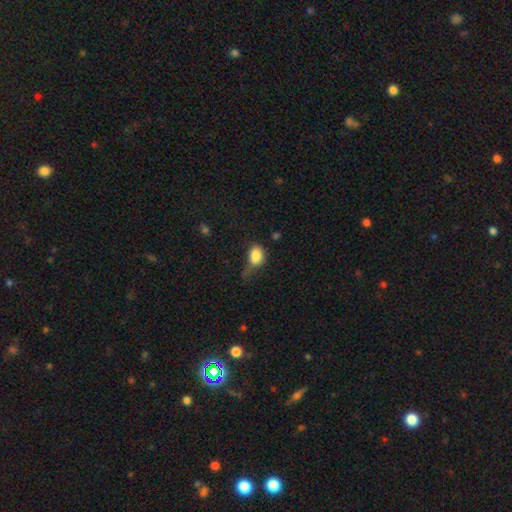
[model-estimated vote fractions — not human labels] Overall: smooth (82%). How rounded: in between (67%; round 31%). Merging: minor disturbance (36%; none 30%).